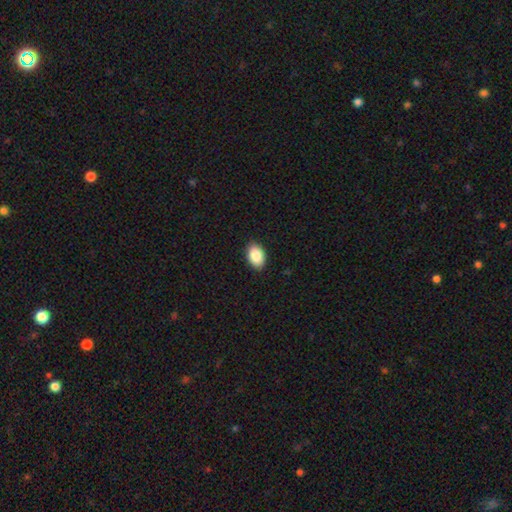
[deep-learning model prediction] smooth-or-featured: smooth: 89% | star or artifact: 7% | featured or disk: 4%
  how-rounded: in between: 90% | round: 9% | cigar-shaped: 1%
  merging: none: 89% | minor disturbance: 8% | major disturbance: 2% | merger: 1%